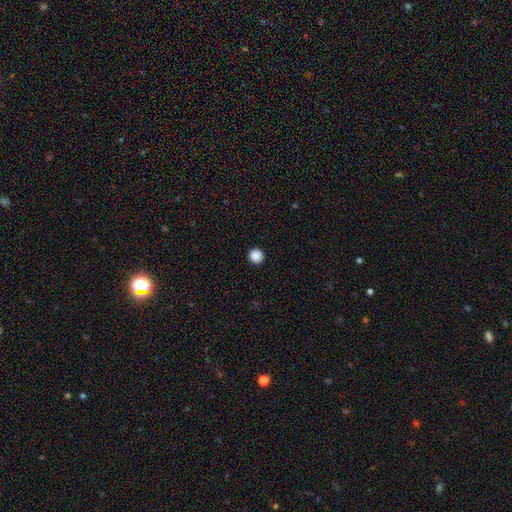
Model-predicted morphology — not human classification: smooth-or-featured: smooth: 88% | star or artifact: 10% | featured or disk: 2%
  how-rounded: round: 95% | in between: 4% | cigar-shaped: 1%
  merging: none: 94% | minor disturbance: 4% | major disturbance: 1% | merger: 1%